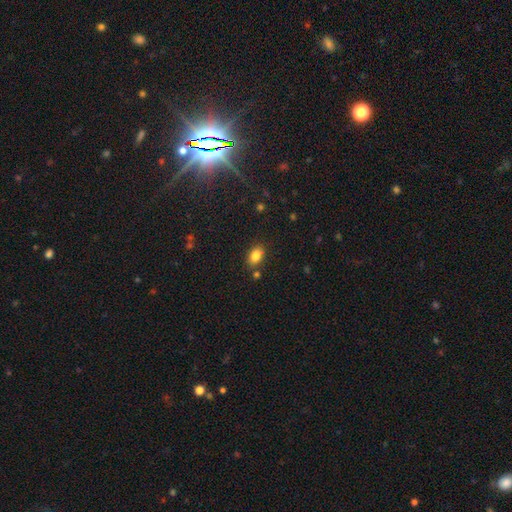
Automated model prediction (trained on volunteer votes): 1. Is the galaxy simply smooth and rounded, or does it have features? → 83% smooth, 10% star or artifact, 7% featured or disk.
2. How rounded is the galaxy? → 85% in between, 13% round, 2% cigar-shaped.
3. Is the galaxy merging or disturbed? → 81% none, 11% minor disturbance, 6% merger, 3% major disturbance.